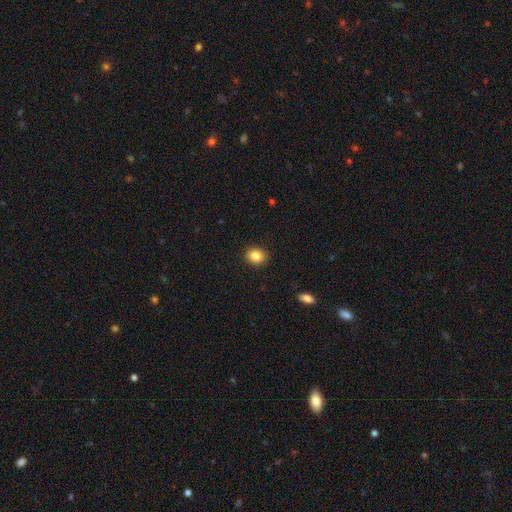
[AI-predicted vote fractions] Smooth or featured? smooth (84%)
How rounded? round (63%)
Merging? none (90%)